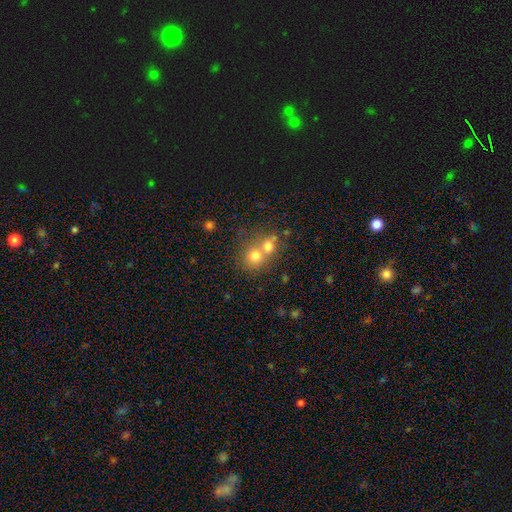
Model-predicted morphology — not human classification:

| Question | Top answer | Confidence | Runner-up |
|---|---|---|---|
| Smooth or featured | smooth | 72% | featured or disk (15%) |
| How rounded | round | 80% | in between (19%) |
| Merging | merger | 58% | none (34%) |